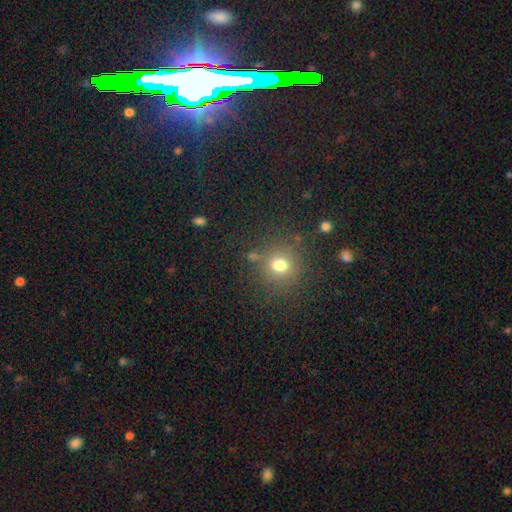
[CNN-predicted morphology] type=smooth (55%); roundness=round (93%); merging=none (84%).